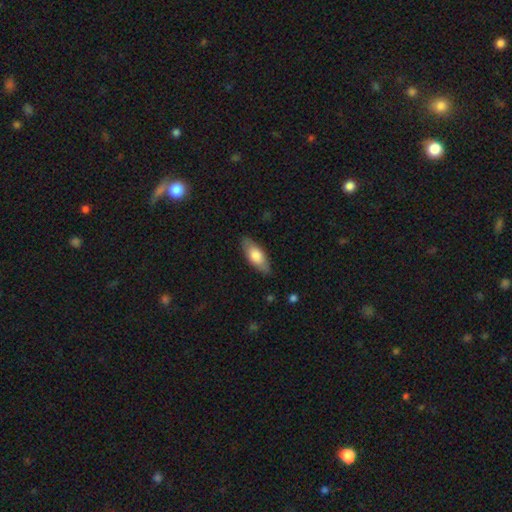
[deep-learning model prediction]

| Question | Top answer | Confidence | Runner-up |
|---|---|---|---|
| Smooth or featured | smooth | 71% | featured or disk (23%) |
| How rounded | in between | 75% | cigar-shaped (23%) |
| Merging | none | 86% | minor disturbance (11%) |